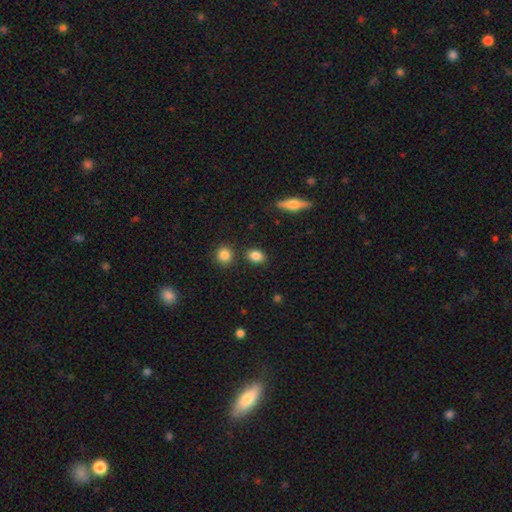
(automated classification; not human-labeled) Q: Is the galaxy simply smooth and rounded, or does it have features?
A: smooth — 85%.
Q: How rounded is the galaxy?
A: in between — 64%.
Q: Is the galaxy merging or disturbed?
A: none — 83%.